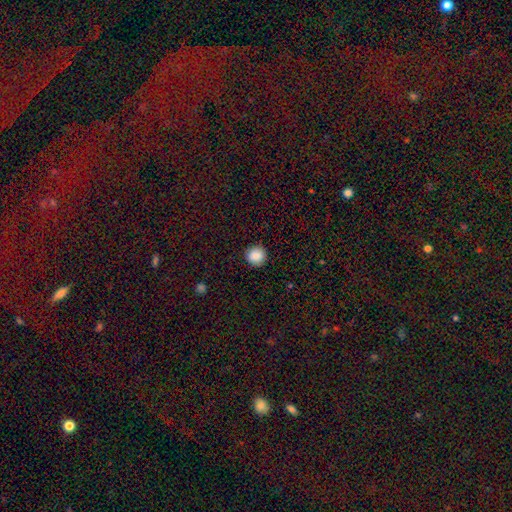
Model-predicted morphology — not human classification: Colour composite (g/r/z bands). It shows a smooth galaxy with no disk features (87%) that is round (94%). Merging: none (91%).